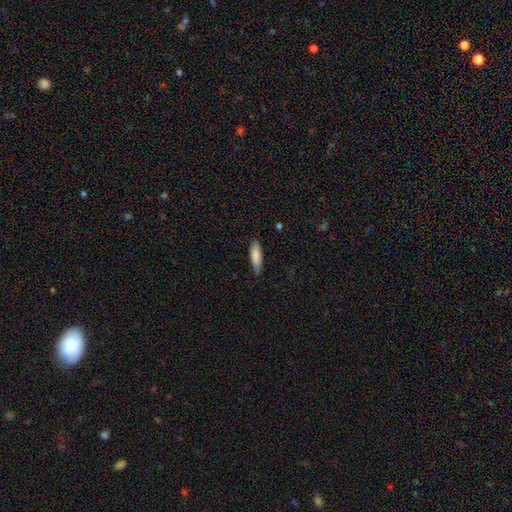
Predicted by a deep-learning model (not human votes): Smooth or featured? Predicted: smooth (p=0.85). How rounded? Predicted: cigar-shaped (p=0.56). Merging? Predicted: none (p=0.79).